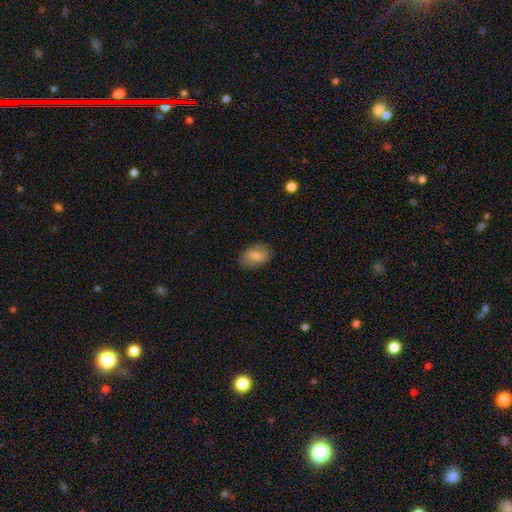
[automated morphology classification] The model was most divided on "smooth or featured": smooth: 74%, featured or disk: 18%, star or artifact: 8%. More confident: how rounded — in between (85%); merging — none (78%).